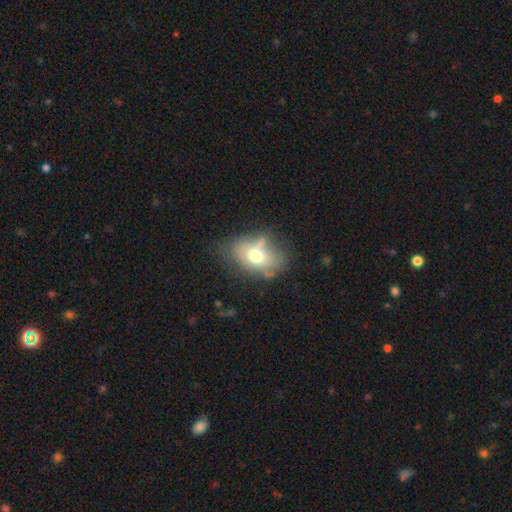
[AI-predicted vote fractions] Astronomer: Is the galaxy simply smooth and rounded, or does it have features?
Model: smooth — 61%.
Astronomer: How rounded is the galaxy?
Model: in between — 73%.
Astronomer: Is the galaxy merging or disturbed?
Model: none — 48% (runner-up: minor disturbance, 26%).